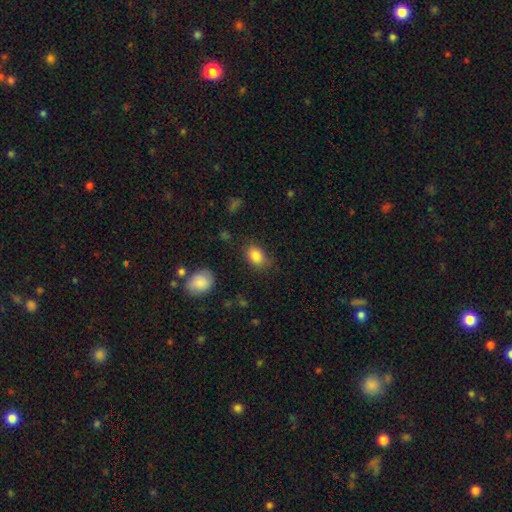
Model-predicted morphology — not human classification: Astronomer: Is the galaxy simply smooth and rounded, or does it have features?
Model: smooth — 84%.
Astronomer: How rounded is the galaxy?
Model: in between — 73%.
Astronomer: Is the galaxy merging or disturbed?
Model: none — 72%.